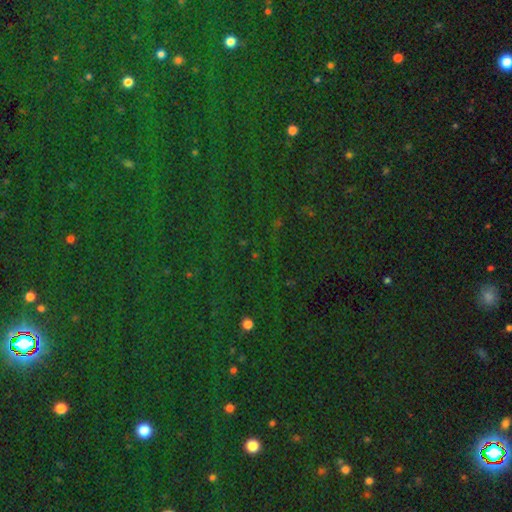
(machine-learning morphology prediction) The model was most divided on "smooth or featured": star or artifact: 77%, smooth: 15%, featured or disk: 8%.